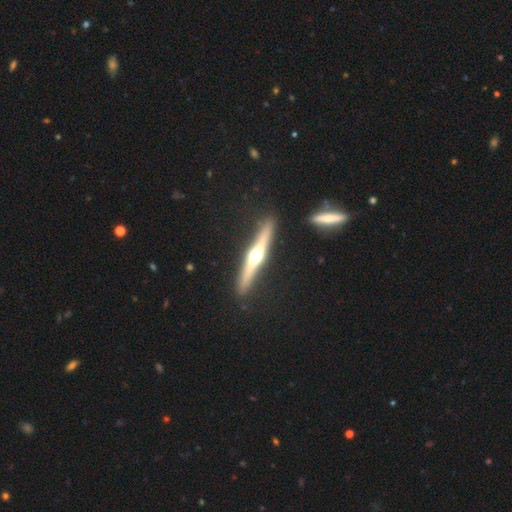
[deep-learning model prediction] Morphology: type=featured or disk (73%); edge-on=yes (97%); edge-on bulge=rounded (95%); merging=none (89%).